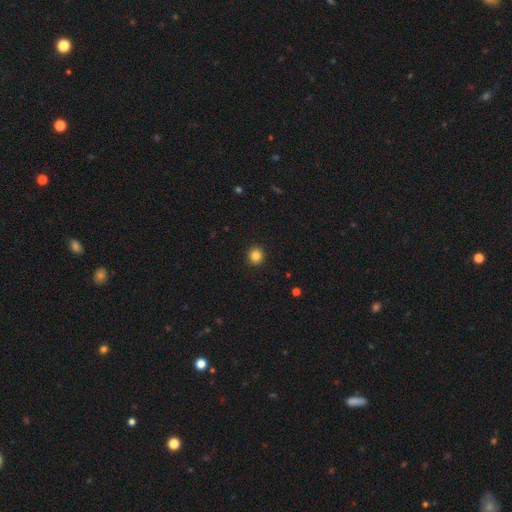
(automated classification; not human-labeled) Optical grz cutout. It shows a smooth galaxy with no disk features (85%) that is round (94%). Merging: none (93%).